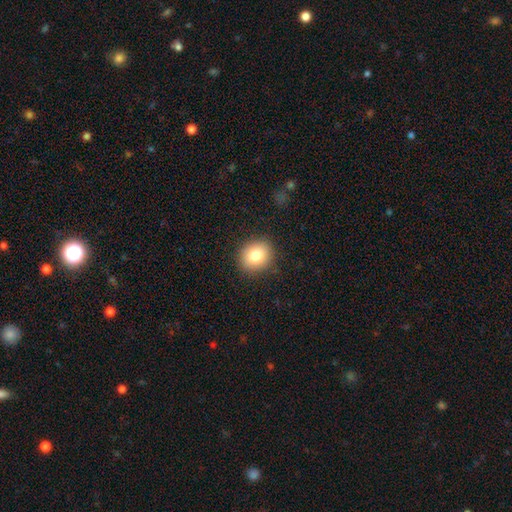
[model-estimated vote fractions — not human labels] smooth_or_featured: smooth (p=0.83) [alt: star or artifact p=0.09]
how_rounded: round (p=0.69) [alt: in between p=0.30]
merging: none (p=0.88) [alt: minor disturbance p=0.09]